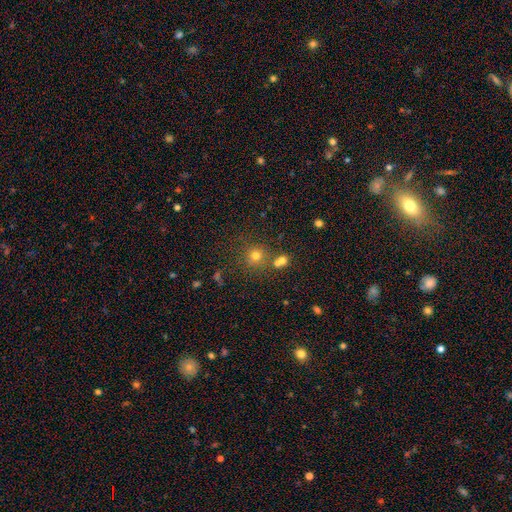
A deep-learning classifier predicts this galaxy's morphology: A smooth galaxy with no disk features (72%) that is round (92%).

Vote fractions:
- Smooth or featured? smooth: 72% / star or artifact: 18% / featured or disk: 9%
- How rounded? round: 92% / in between: 8% / cigar-shaped: 1%
- Merging? none: 70% / merger: 17% / minor disturbance: 9% / major disturbance: 4%